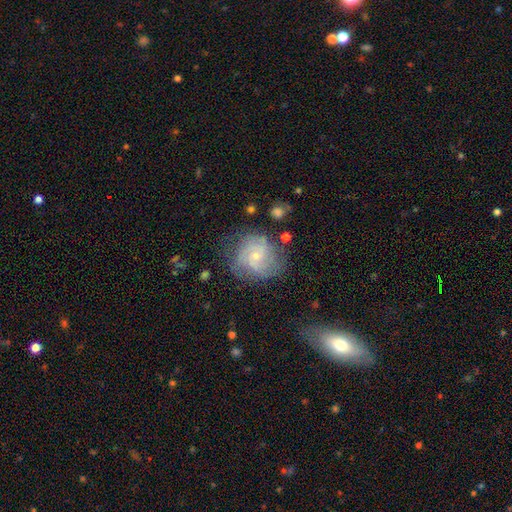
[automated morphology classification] Smooth or featured? Predicted: featured or disk (p=0.65). Edge-on disk? Predicted: no (p=0.98). Bar? Predicted: no (p=0.69). Spiral arms? Predicted: yes (p=0.86). Spiral winding? Predicted: medium (p=0.42). Spiral arm count? Predicted: can't tell (p=0.35). Bulge size? Predicted: small (p=0.75). Merging? Predicted: none (p=0.62).